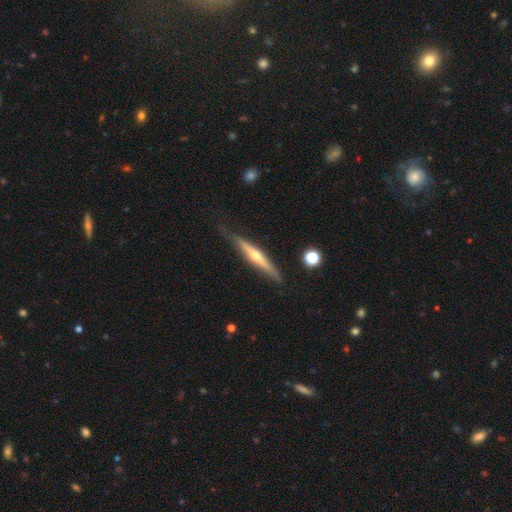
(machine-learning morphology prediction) Overall: featured or disk (70%). Edge-on disk: yes (96%). Edge-on bulge: rounded (82%). Merging: none (78%).